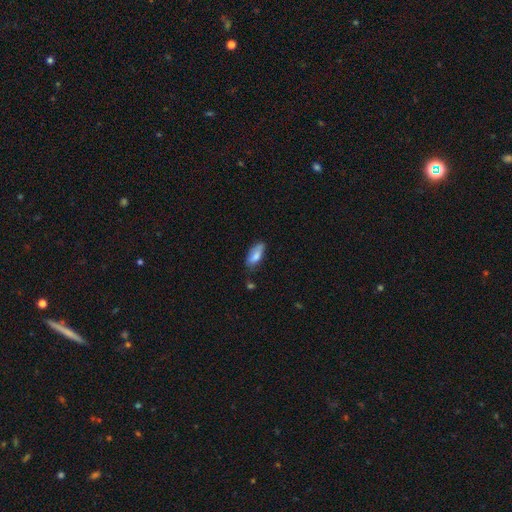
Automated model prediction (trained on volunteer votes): A smooth galaxy with no disk features (78%) that is in between round and cigar-shaped (80%).

Vote fractions:
- Smooth or featured? smooth: 78% / featured or disk: 16% / star or artifact: 7%
- How rounded? in between: 80% / cigar-shaped: 18% / round: 2%
- Merging? none: 61% / minor disturbance: 30% / major disturbance: 6% / merger: 3%